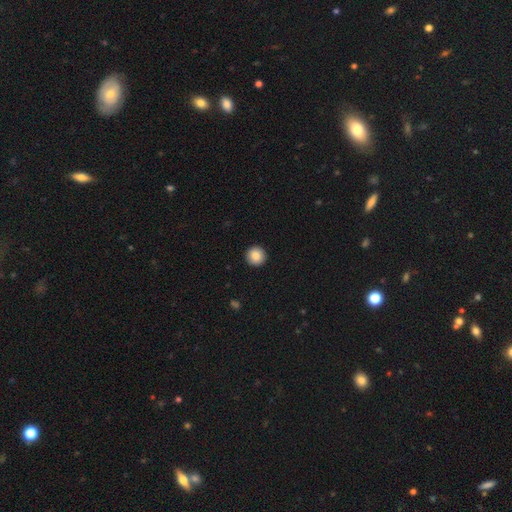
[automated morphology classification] This appears to be a smooth galaxy with no disk features (87%) that is round (96%). Merging: none (94%).